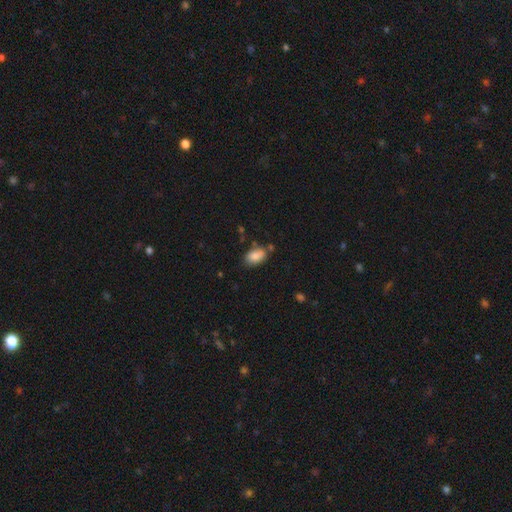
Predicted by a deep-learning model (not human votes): smooth-or-featured: smooth: 85% | star or artifact: 8% | featured or disk: 7%
  how-rounded: in between: 90% | round: 8% | cigar-shaped: 2%
  merging: none: 70% | minor disturbance: 18% | merger: 7% | major disturbance: 4%